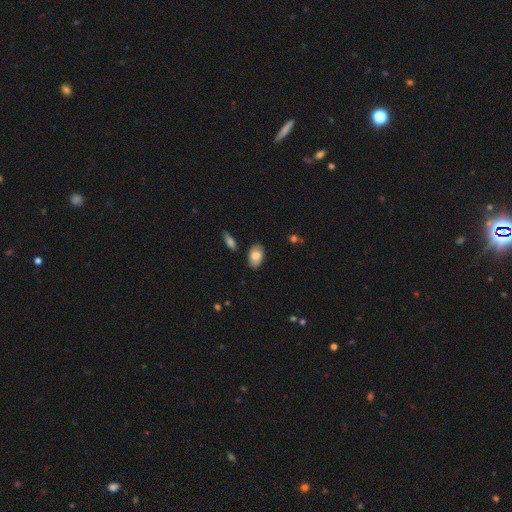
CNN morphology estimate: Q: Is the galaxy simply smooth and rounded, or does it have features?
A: smooth — 74%.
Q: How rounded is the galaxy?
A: in between — 92%.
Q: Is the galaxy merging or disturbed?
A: none — 81%.